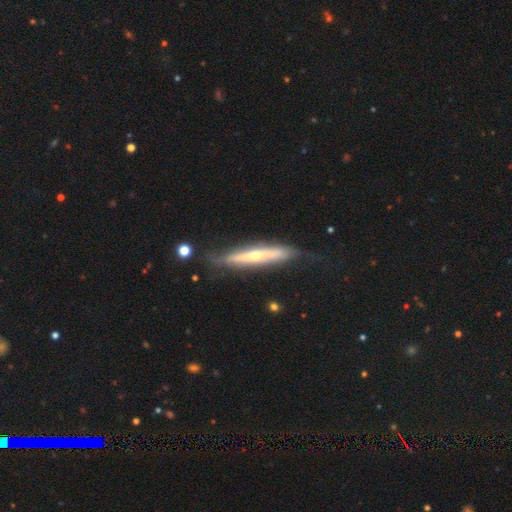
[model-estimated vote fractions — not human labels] A featured or disk galaxy (69%) viewed edge-on (81%) with a rounded central bulge (79%). Merging: none (70%).